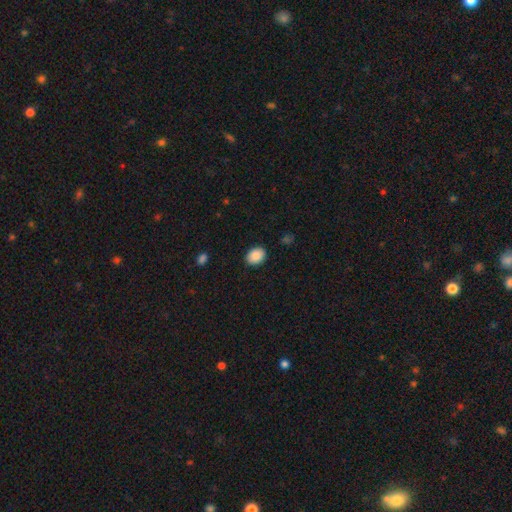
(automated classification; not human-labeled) Smooth or featured? smooth (89%)
How rounded? in between (67%)
Merging? none (88%)